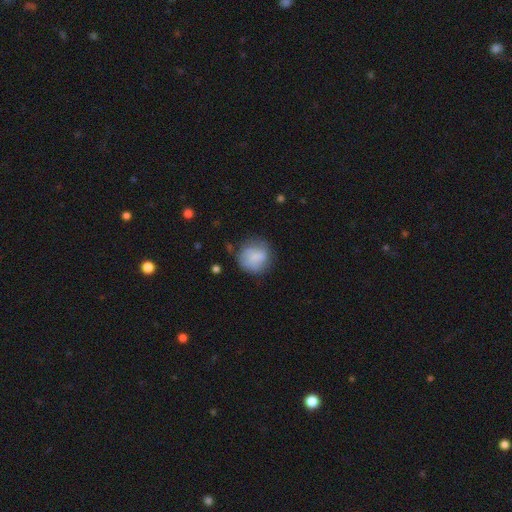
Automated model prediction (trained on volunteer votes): smooth-or-featured: smooth: 70% | featured or disk: 22% | star or artifact: 7%
  how-rounded: round: 87% | in between: 12% | cigar-shaped: 1%
  merging: none: 64% | minor disturbance: 23% | major disturbance: 10% | merger: 3%